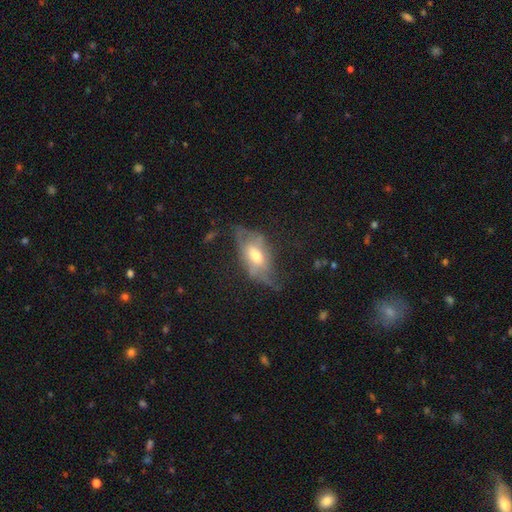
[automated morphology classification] smooth-or-featured: featured or disk: 52% | smooth: 39% | star or artifact: 9%
  disk-edge-on: no: 70% | yes: 30%
  merging: none: 40% | minor disturbance: 30% | major disturbance: 27% | merger: 3%